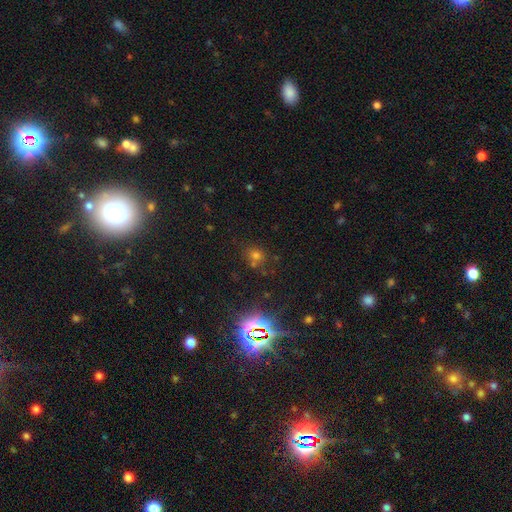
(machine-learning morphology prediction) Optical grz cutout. It shows a smooth galaxy with no disk features (54%) that is round (79%). Merging: none (67%).